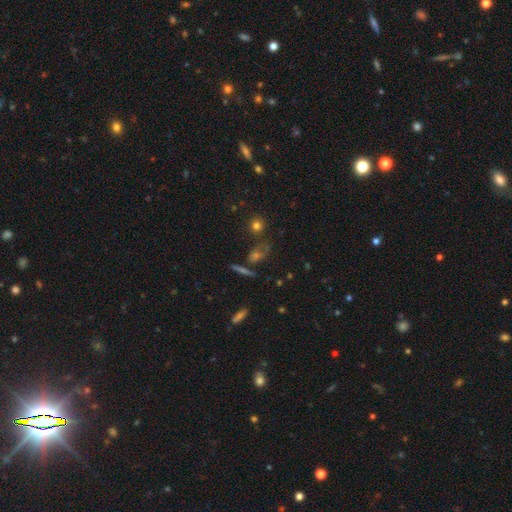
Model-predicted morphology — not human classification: smooth_or_featured: smooth (p=0.39) [alt: star or artifact p=0.32]
merging: none (p=0.58) [alt: merger p=0.17]